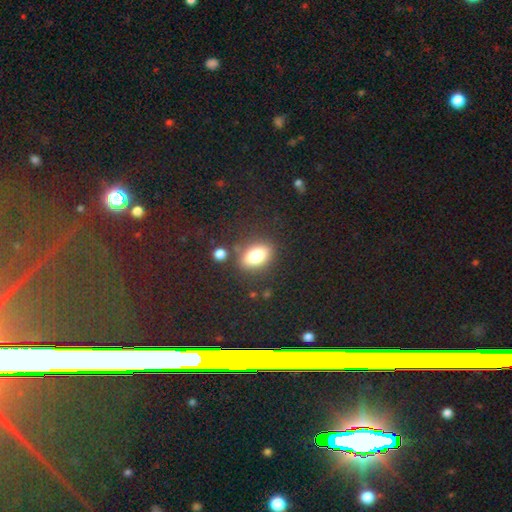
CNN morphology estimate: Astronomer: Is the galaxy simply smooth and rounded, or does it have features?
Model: smooth — 80%.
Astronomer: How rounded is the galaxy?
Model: in between — 83%.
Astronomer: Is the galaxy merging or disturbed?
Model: none — 78%.